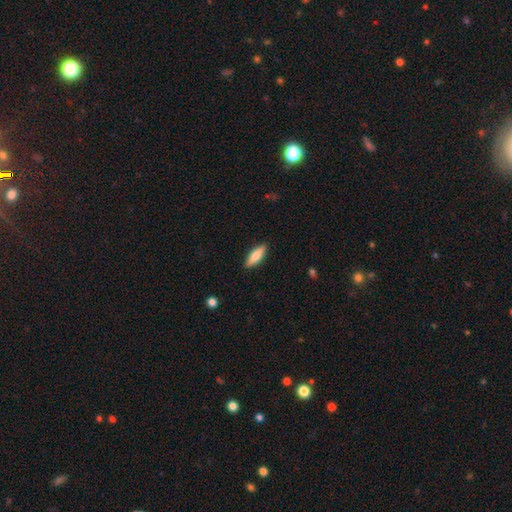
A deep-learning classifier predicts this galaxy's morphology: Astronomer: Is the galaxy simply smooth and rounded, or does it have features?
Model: smooth — 73%.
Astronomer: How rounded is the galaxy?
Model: cigar-shaped — 50% (runner-up: in between, 48%).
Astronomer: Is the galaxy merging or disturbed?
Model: none — 89%.